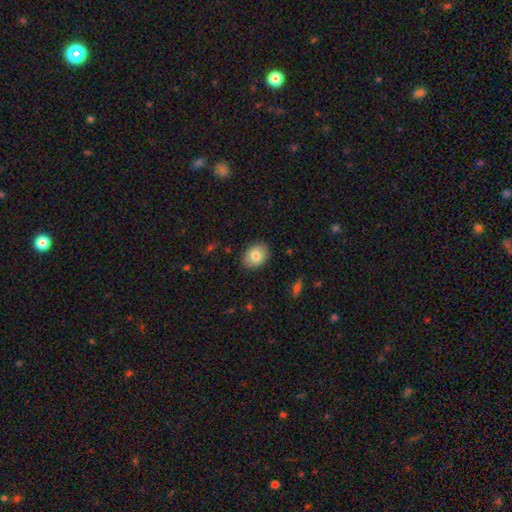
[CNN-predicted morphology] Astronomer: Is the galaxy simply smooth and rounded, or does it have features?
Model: smooth — 81%.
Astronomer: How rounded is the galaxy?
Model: in between — 69%.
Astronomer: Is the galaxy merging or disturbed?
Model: none — 88%.